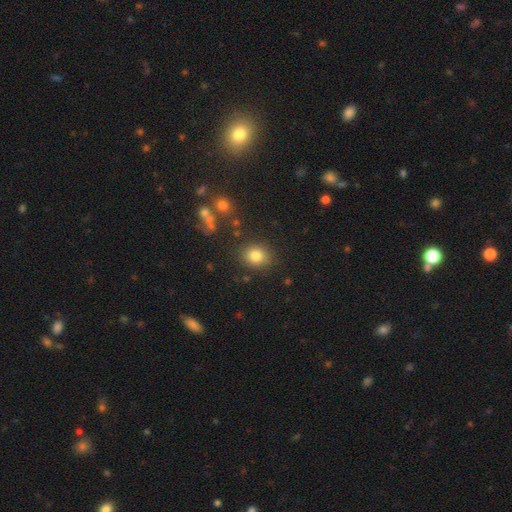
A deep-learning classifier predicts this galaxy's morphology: smooth 82%, star or artifact 12%, featured or disk 7%. Down the decision tree: how rounded — round (69%); merging — none (84%).